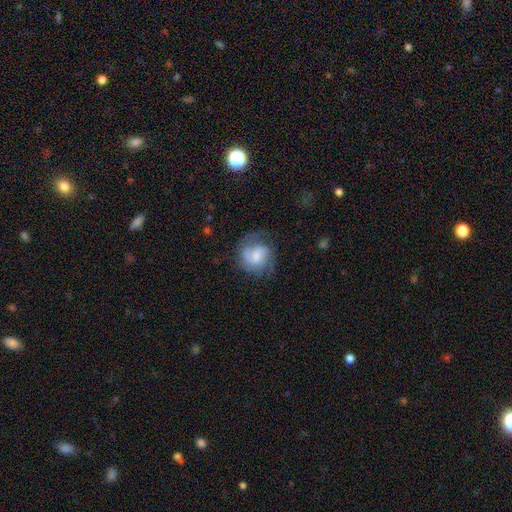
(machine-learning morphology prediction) smooth_or_featured: featured or disk (p=0.66) [alt: smooth p=0.27]
disk_edge_on: no (p=0.98) [alt: yes p=0.02]
bar: weak (p=0.48) [alt: no p=0.42]
has_spiral_arms: yes (p=0.90) [alt: no p=0.10]
spiral_winding: medium (p=0.46) [alt: tight p=0.32]
spiral_arm_count: 2 (p=0.58) [alt: can't tell p=0.16]
bulge_size: small (p=0.38) [alt: moderate p=0.37]
merging: none (p=0.60) [alt: minor disturbance p=0.22]